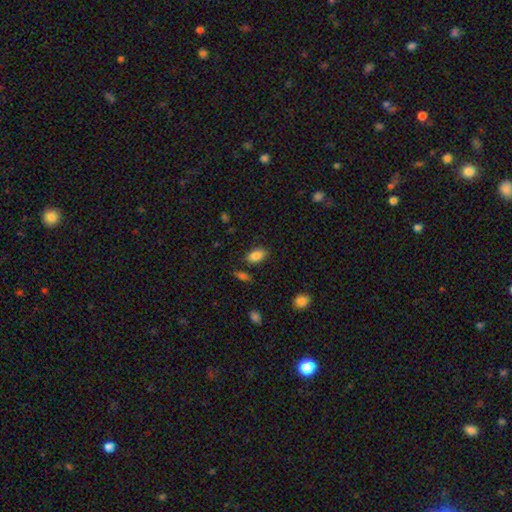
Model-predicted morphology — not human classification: smooth-or-featured: smooth: 86% | star or artifact: 8% | featured or disk: 6%
  how-rounded: in between: 91% | round: 7% | cigar-shaped: 2%
  merging: none: 80% | minor disturbance: 13% | merger: 4% | major disturbance: 3%